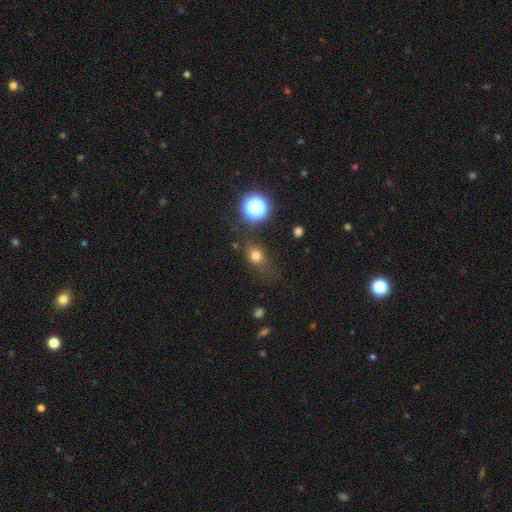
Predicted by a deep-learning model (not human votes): Overall: smooth (71%). How rounded: round (65%; in between 33%). Merging: none (71%).